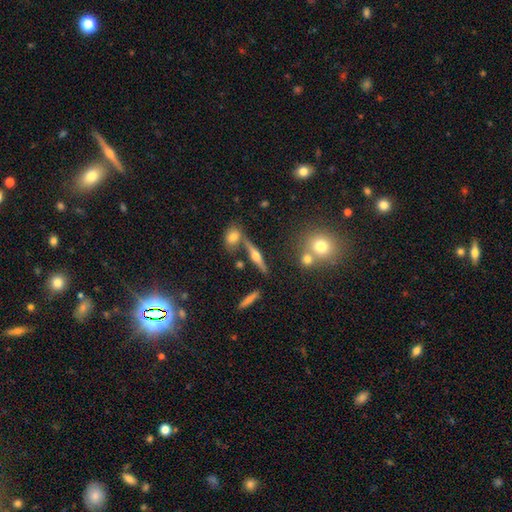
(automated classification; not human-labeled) Overall: featured or disk (71%). Edge-on disk: yes (95%). Edge-on bulge: rounded (94%). Merging: none (75%).